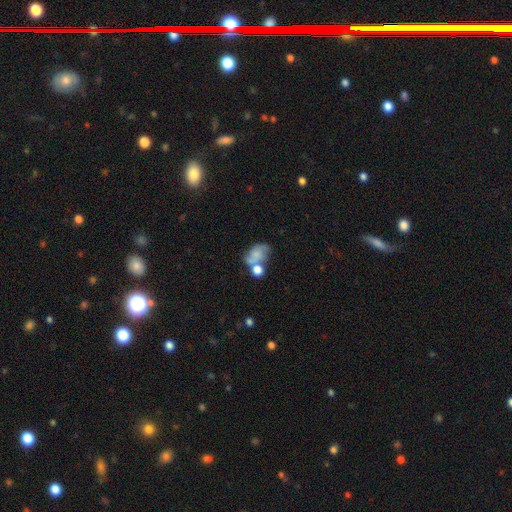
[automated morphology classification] smooth-or-featured: smooth: 52% | featured or disk: 37% | star or artifact: 11%
  how-rounded: in between: 76% | round: 22% | cigar-shaped: 2%
  merging: merger: 38% | none: 27% | minor disturbance: 19% | major disturbance: 16%